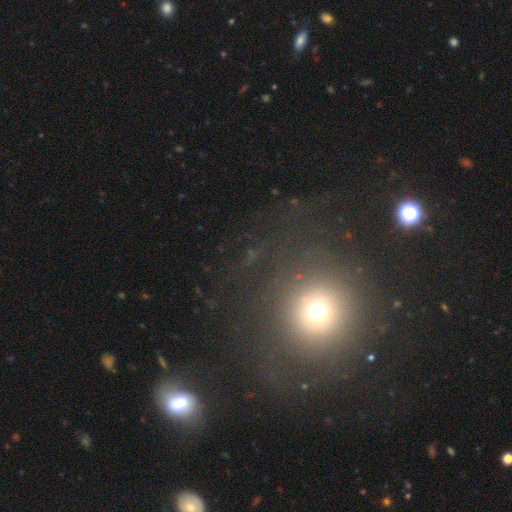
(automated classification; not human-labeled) Q: Smooth or featured?
A: smooth (55%); runner-up: star or artifact (28%)
Q: How rounded?
A: round (91%); runner-up: in between (8%)
Q: Merging?
A: none (77%); runner-up: minor disturbance (10%)